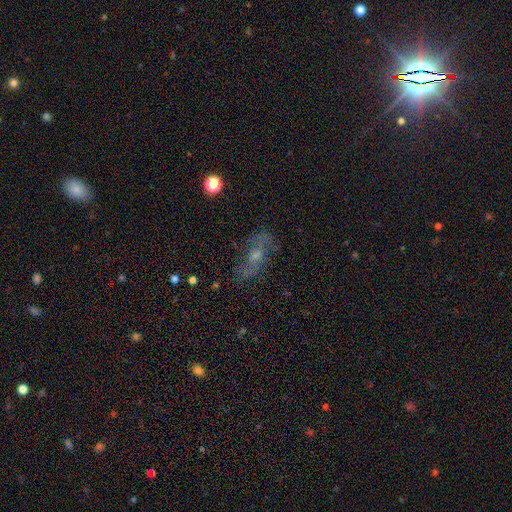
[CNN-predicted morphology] This is possibly a featured or disk galaxy (60%). It is clearly not viewed edge-on (86%). Bar: possibly no (56%). Spiral arm pattern: likely yes (70%). Central bulge: possibly moderate (48%). Merging: likely none (68%).